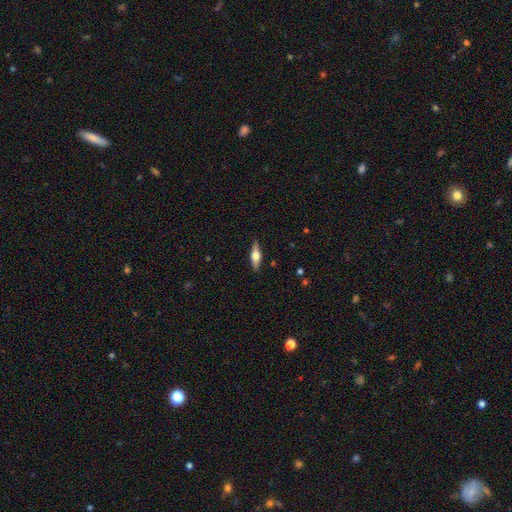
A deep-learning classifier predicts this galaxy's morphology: Smooth or featured: featured or disk — 63% (smooth — 31%)
Edge-on disk: yes — 96% (no — 4%)
Edge-on bulge: rounded — 93% (boxy — 5%)
Merging: none — 89% (minor disturbance — 8%)